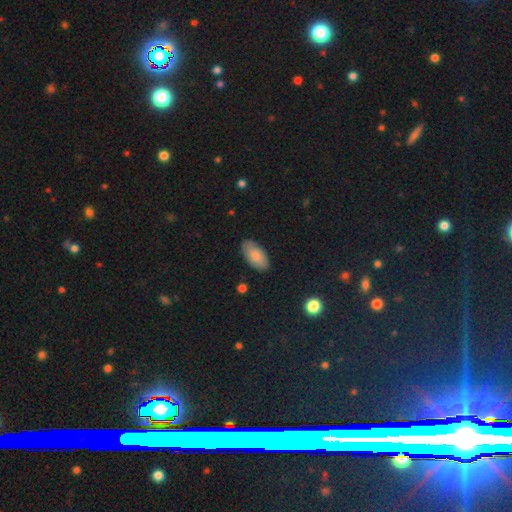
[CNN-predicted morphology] The model was most divided on "merging": none: 85%, minor disturbance: 12%, major disturbance: 2%, merger: 1%. More confident: how rounded — in between (95%); smooth or featured — smooth (83%).